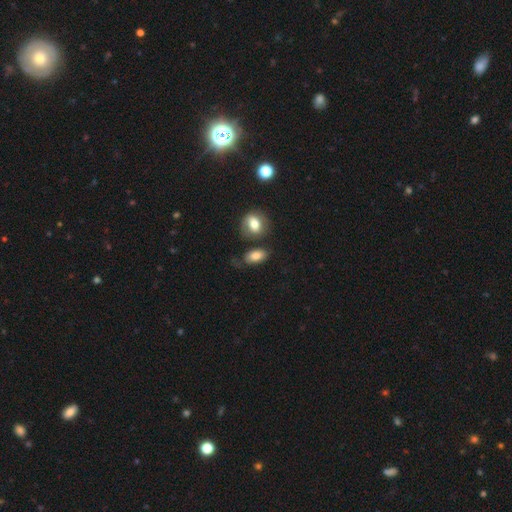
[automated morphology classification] smooth_or_featured: smooth (p=0.82) [alt: featured or disk p=0.11]
how_rounded: in between (p=0.88) [alt: round p=0.09]
merging: none (p=0.54) [alt: minor disturbance p=0.21]